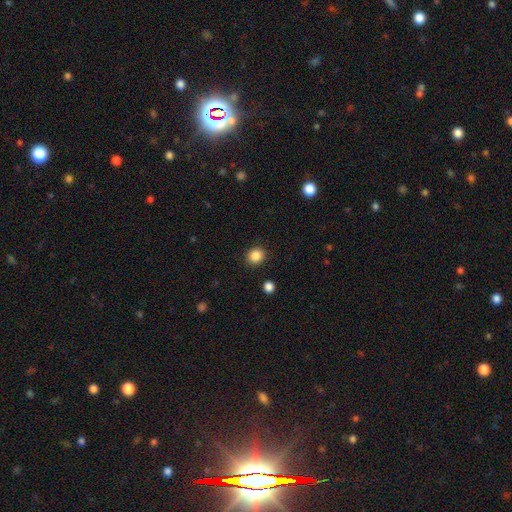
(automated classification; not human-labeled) Smooth or featured?
  - smooth: 86% *
  - star or artifact: 10%
  - featured or disk: 3%
How rounded?
  - round: 83% *
  - in between: 16%
  - cigar-shaped: 1%
Merging?
  - none: 91% *
  - minor disturbance: 6%
  - major disturbance: 2%
  - merger: 2%